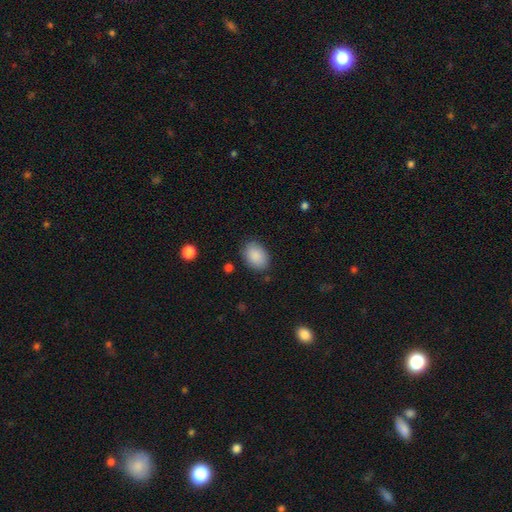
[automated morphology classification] Smooth or featured: smooth — 89% (star or artifact — 7%)
How rounded: in between — 82% (round — 17%)
Merging: none — 85% (minor disturbance — 11%)